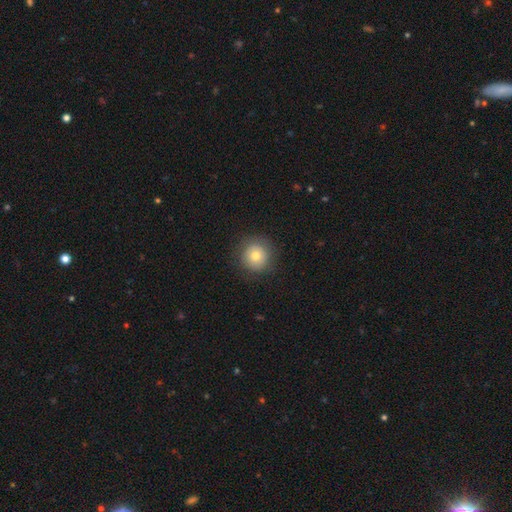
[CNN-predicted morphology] The model was most divided on "smooth or featured": smooth: 75%, featured or disk: 14%, star or artifact: 10%. More confident: how rounded — round (94%); merging — none (88%).